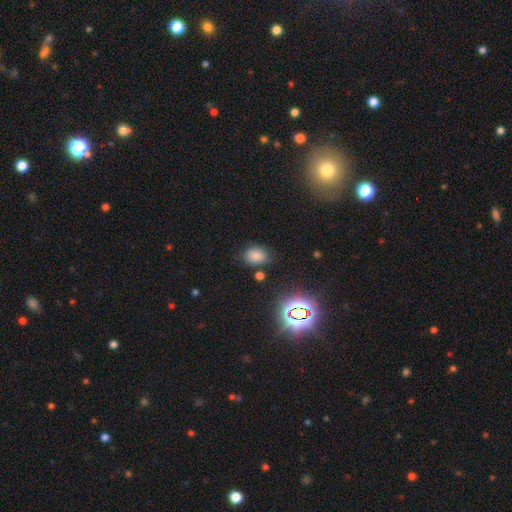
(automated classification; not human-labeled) The model was most divided on "how rounded": in between: 73%, round: 26%, cigar-shaped: 1%. More confident: merging — none (78%); smooth or featured — smooth (74%).